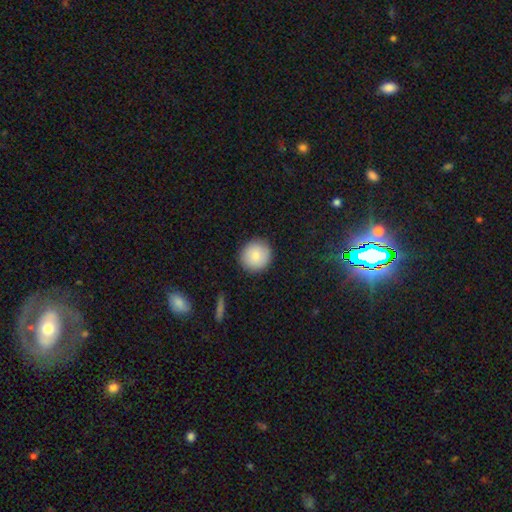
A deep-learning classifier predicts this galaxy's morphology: Smooth or featured? smooth (83%)
How rounded? round (93%)
Merging? none (91%)